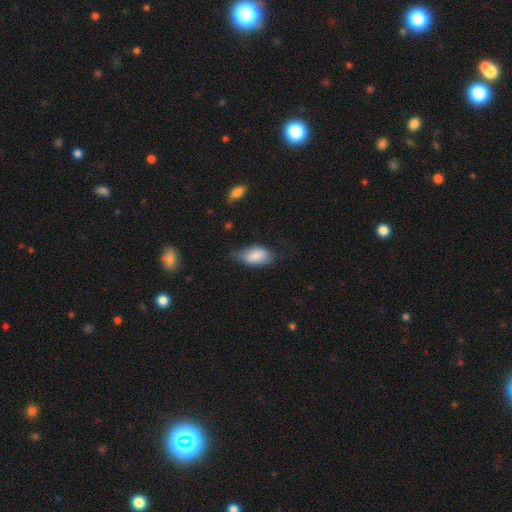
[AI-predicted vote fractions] Smooth or featured: smooth — 83% (featured or disk — 10%)
How rounded: in between — 92% (round — 5%)
Merging: none — 49% (minor disturbance — 36%)